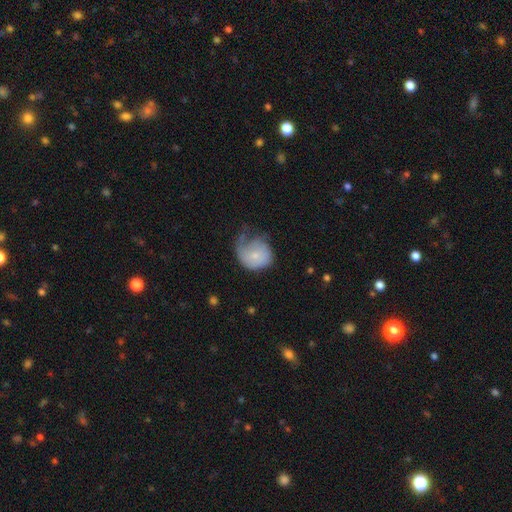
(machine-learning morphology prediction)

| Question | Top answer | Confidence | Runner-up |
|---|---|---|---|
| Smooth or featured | smooth | 57% | featured or disk (36%) |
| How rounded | round | 75% | in between (24%) |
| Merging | major disturbance | 45% | minor disturbance (28%) |